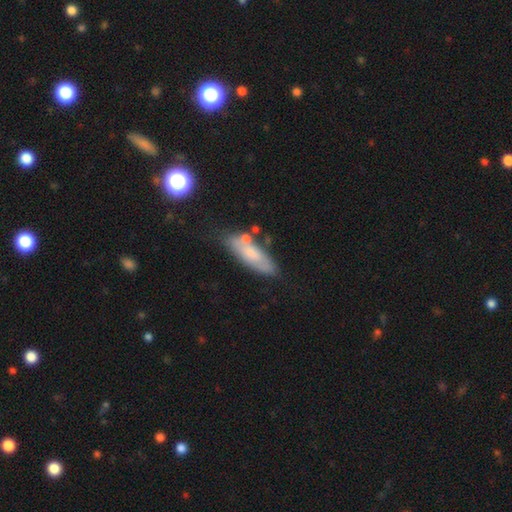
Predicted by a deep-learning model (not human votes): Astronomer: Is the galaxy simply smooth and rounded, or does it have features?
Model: smooth — 68%.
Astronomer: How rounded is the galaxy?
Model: in between — 56% (runner-up: cigar-shaped, 41%).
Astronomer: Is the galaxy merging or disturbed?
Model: none — 63%.